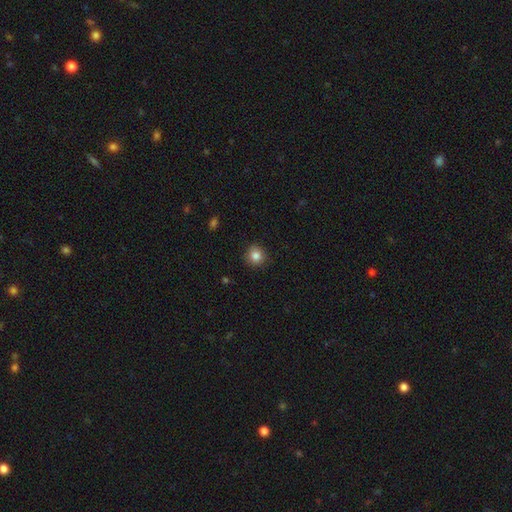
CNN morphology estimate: The model was most divided on "smooth or featured": smooth: 84%, star or artifact: 10%, featured or disk: 6%. More confident: how rounded — round (91%); merging — none (89%).